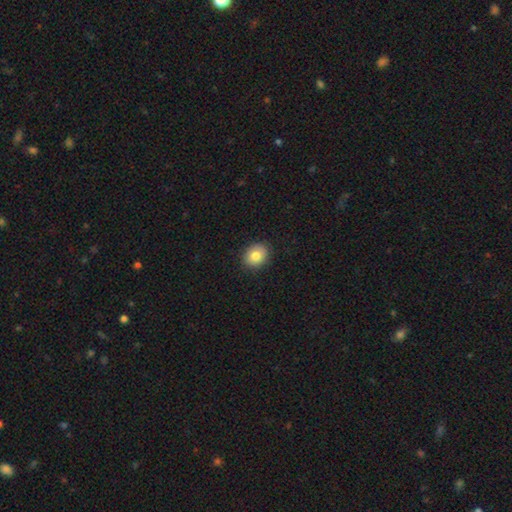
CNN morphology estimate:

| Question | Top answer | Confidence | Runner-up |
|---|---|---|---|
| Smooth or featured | smooth | 82% | featured or disk (9%) |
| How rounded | round | 59% | in between (40%) |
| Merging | none | 90% | minor disturbance (8%) |